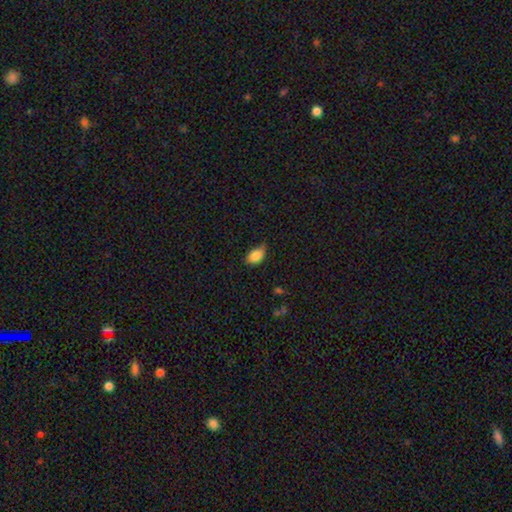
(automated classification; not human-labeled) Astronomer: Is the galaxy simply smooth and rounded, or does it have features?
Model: smooth — 85%.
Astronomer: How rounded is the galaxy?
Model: in between — 85%.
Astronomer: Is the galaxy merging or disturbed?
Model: none — 56% (runner-up: minor disturbance, 36%).